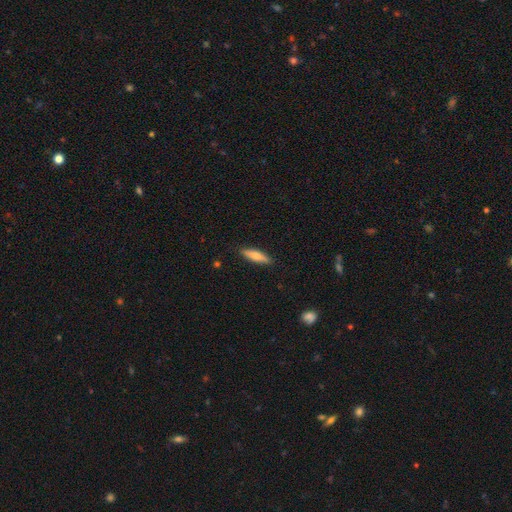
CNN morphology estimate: smooth 72%, featured or disk 22%, star or artifact 6%. Down the decision tree: how rounded — cigar-shaped (67%); merging — none (88%).